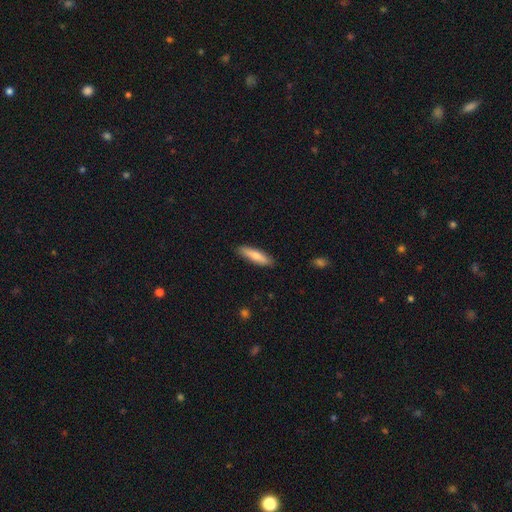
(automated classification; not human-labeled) Smooth or featured? Predicted: smooth (p=0.74). How rounded? Predicted: cigar-shaped (p=0.76). Merging? Predicted: none (p=0.88).